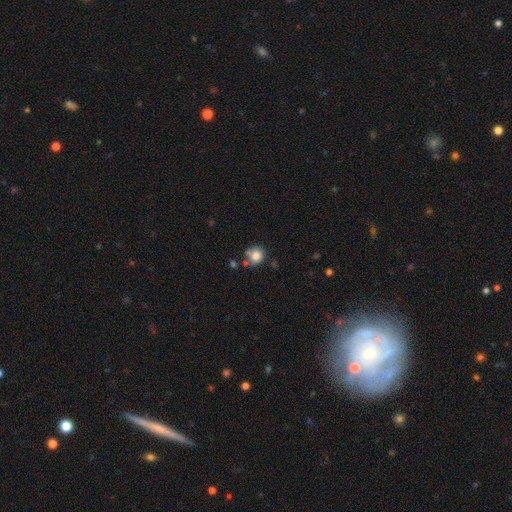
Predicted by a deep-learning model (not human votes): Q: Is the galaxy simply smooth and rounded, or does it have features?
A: smooth — 81%.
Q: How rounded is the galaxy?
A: round — 80%.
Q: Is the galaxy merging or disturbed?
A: none — 57%.